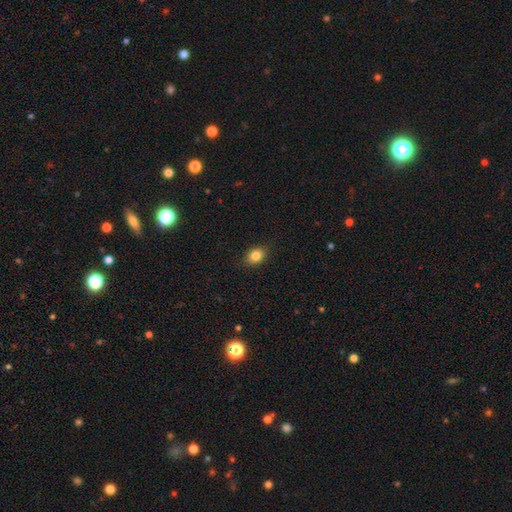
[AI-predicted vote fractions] smooth_or_featured: smooth (p=0.83) [alt: star or artifact p=0.10]
how_rounded: in between (p=0.58) [alt: round p=0.41]
merging: none (p=0.86) [alt: minor disturbance p=0.11]